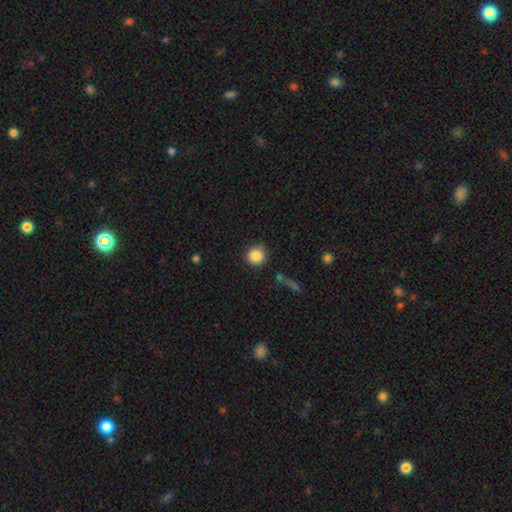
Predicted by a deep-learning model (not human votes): The model was most divided on "merging": none: 82%, minor disturbance: 11%, merger: 4%, major disturbance: 3%. More confident: how rounded — round (94%); smooth or featured — smooth (86%).